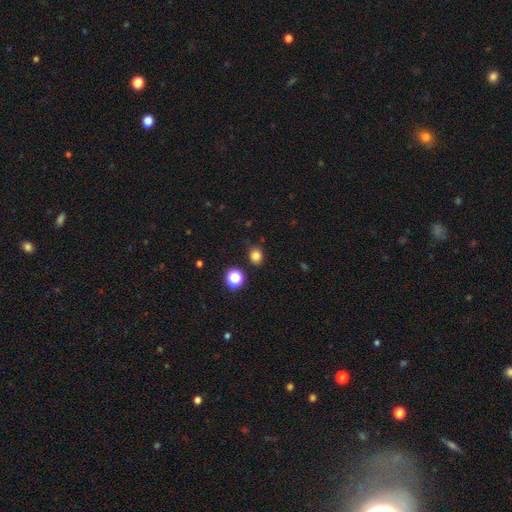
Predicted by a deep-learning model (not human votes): Overall: smooth (80%). How rounded: round (73%). Merging: none (84%).